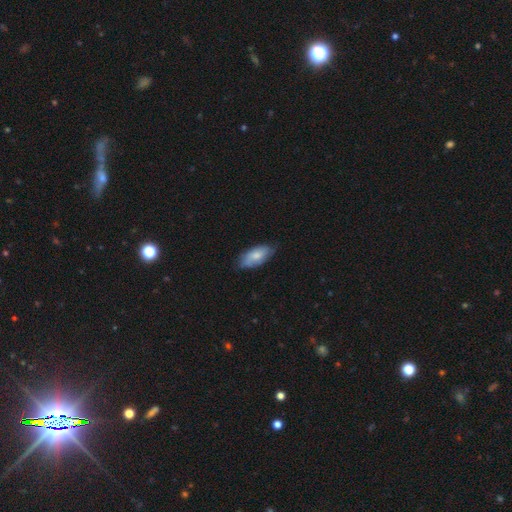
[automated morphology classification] The model was most divided on "merging": none: 71%, minor disturbance: 25%, major disturbance: 4%, merger: 1%. More confident: how rounded — in between (89%); smooth or featured — smooth (73%).